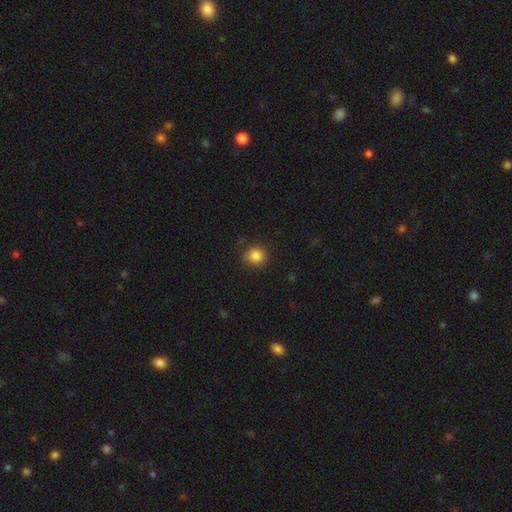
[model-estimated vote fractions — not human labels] A smooth galaxy with no disk features (85%) that is round (87%). Merging: none (82%).